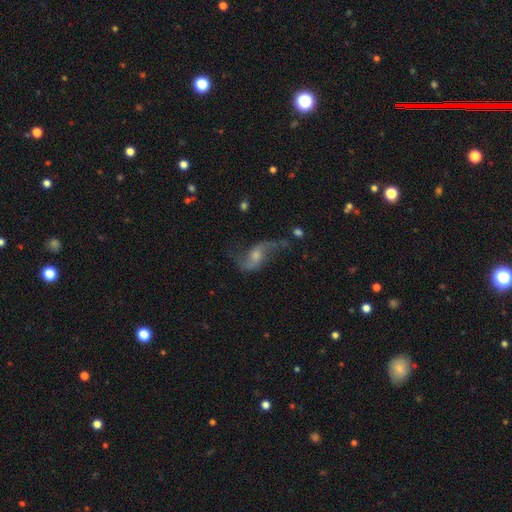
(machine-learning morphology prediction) Overall: featured or disk (81%). Edge-on disk: no (95%). Bar: no (51%; weak 38%). Spiral arms: yes (93%). Spiral arm count: 2 (91%). Spiral winding: loose (85%). Bulge size: moderate (47%; small 40%). Merging: none (59%; minor disturbance 20%).